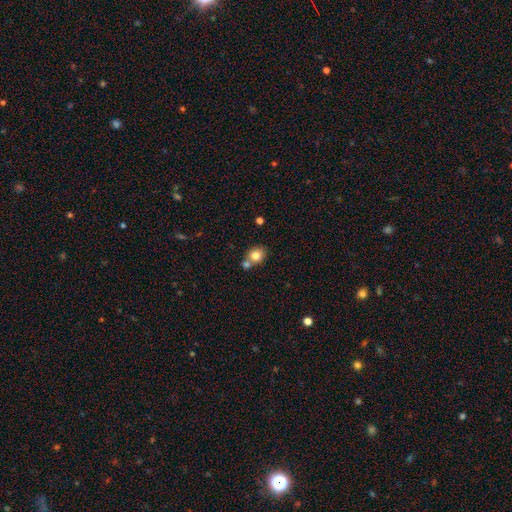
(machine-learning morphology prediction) Smooth or featured? smooth (80%)
How rounded? round (66%)
Merging? none (52%)